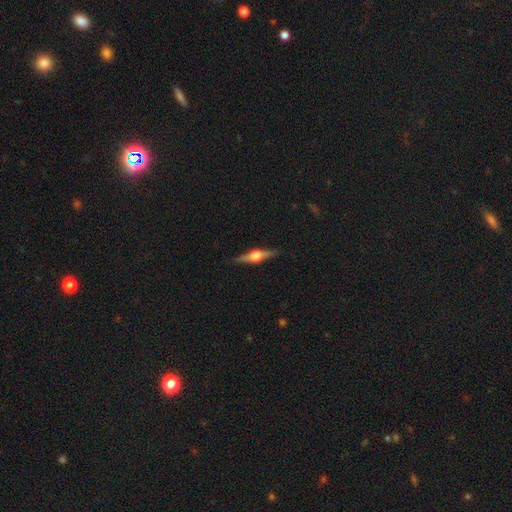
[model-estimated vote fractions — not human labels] Morphology: type=featured or disk (78%); edge-on=yes (98%); edge-on bulge=rounded (94%); merging=none (90%).